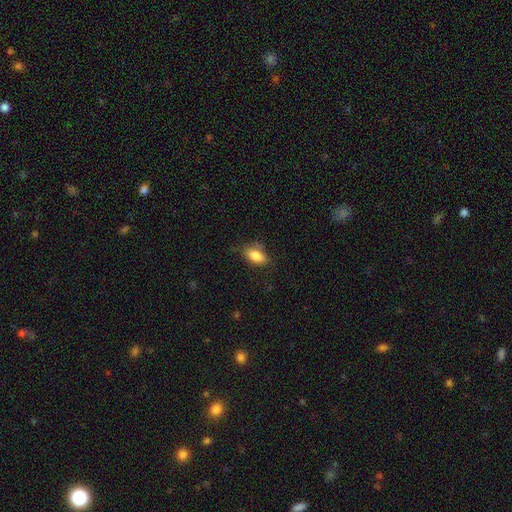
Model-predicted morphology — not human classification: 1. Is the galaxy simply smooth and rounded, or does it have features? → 84% smooth, 8% featured or disk, 8% star or artifact.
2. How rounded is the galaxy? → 88% in between, 6% cigar-shaped, 5% round.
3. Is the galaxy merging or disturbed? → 69% none, 22% minor disturbance, 6% major disturbance, 3% merger.